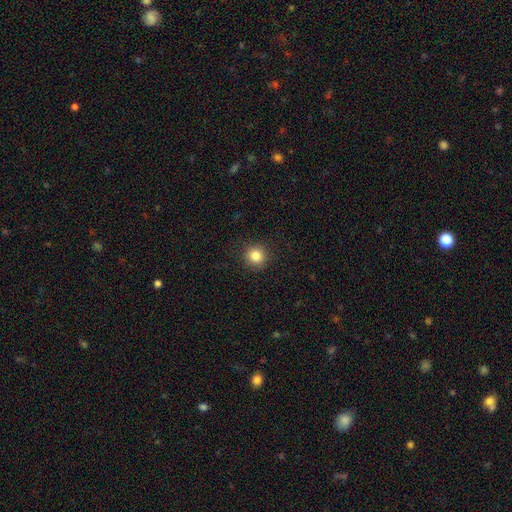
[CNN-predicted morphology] This is clearly a smooth galaxy (84%). How rounded: clearly round (93%). Merging: clearly none (91%).